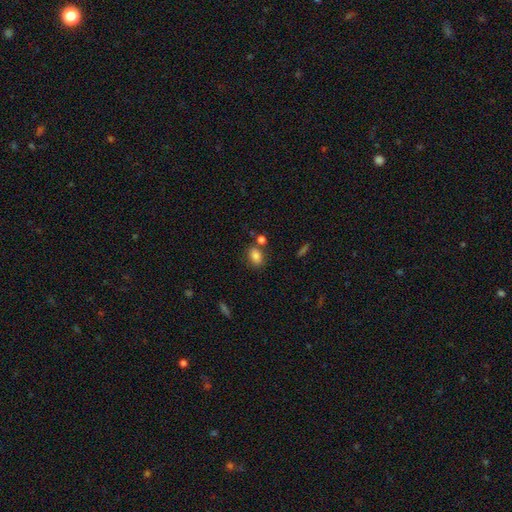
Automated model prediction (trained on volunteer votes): Morphology: type=smooth (82%); roundness=in between (77%); merging=none (69%).